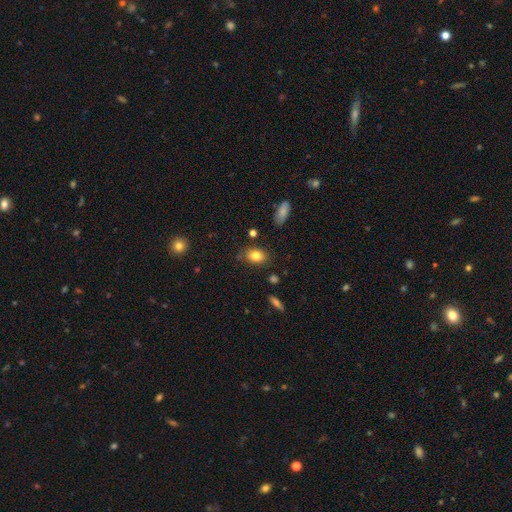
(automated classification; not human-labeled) smooth_or_featured: smooth (p=0.82) [alt: featured or disk p=0.09]
how_rounded: in between (p=0.78) [alt: round p=0.21]
merging: none (p=0.80) [alt: minor disturbance p=0.14]